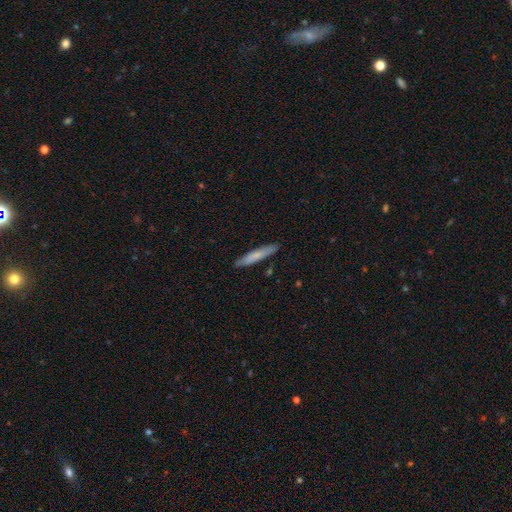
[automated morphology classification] smooth_or_featured: smooth (p=0.71) [alt: featured or disk p=0.23]
how_rounded: cigar-shaped (p=0.93) [alt: in between p=0.06]
merging: none (p=0.88) [alt: minor disturbance p=0.09]